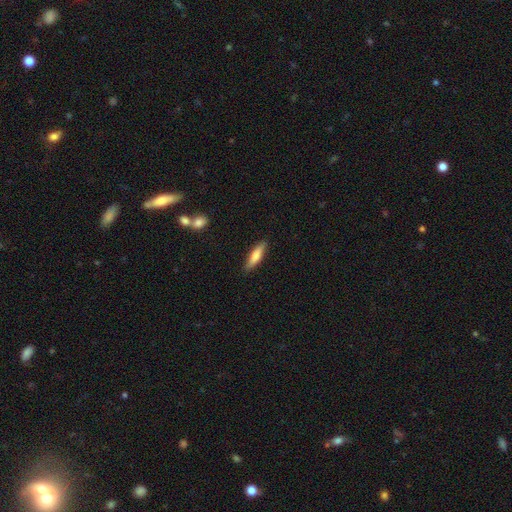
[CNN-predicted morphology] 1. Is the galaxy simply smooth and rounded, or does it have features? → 73% smooth, 21% featured or disk, 6% star or artifact.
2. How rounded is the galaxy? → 69% cigar-shaped, 30% in between, 2% round.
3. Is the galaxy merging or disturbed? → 84% none, 12% minor disturbance, 2% major disturbance, 1% merger.